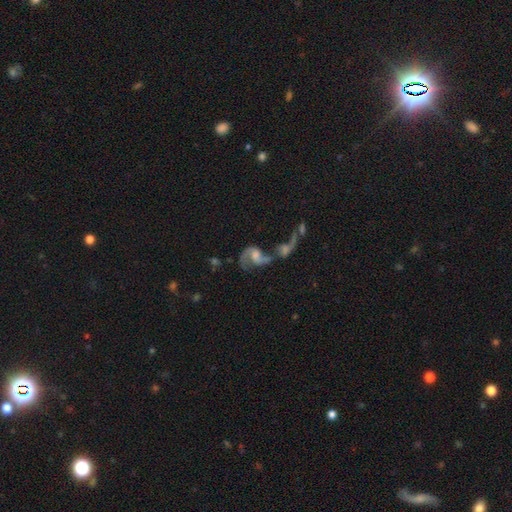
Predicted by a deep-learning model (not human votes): Smooth or featured: featured or disk — 72% (smooth — 19%)
Edge-on disk: no — 97% (yes — 3%)
Bar: no — 54% (weak — 37%)
Spiral arms: yes — 84% (no — 16%)
Spiral winding: loose — 63% (medium — 29%)
Spiral arm count: 2 — 74% (1 — 17%)
Bulge size: moderate — 37% (none — 25%)
Merging: merger — 58% (major disturbance — 19%)